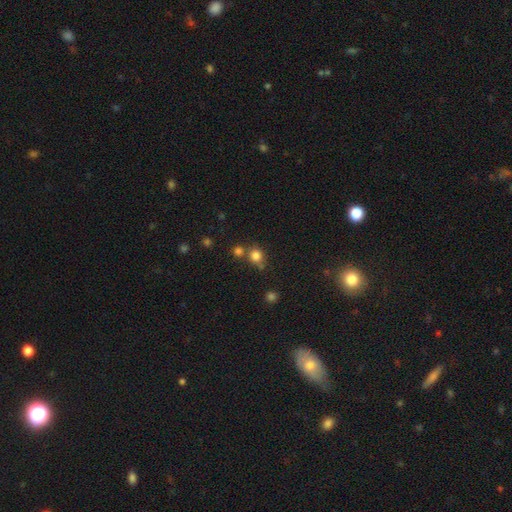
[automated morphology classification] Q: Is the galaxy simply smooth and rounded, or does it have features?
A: smooth — 79%.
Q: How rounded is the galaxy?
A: round — 83%.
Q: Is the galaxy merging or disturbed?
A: none — 59%.